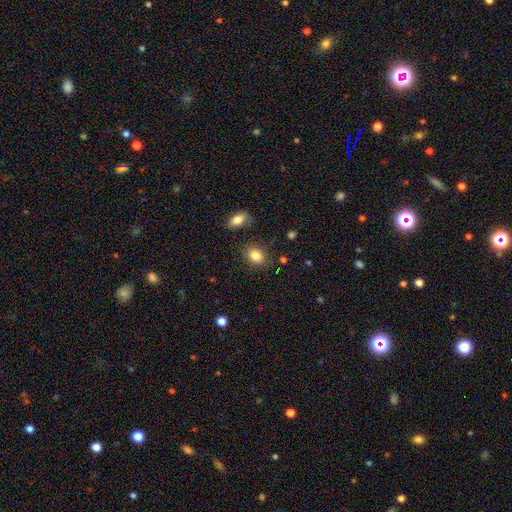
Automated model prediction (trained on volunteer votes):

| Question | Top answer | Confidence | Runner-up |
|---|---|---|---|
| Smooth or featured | smooth | 84% | star or artifact (9%) |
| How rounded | in between | 57% | round (42%) |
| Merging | none | 83% | minor disturbance (12%) |